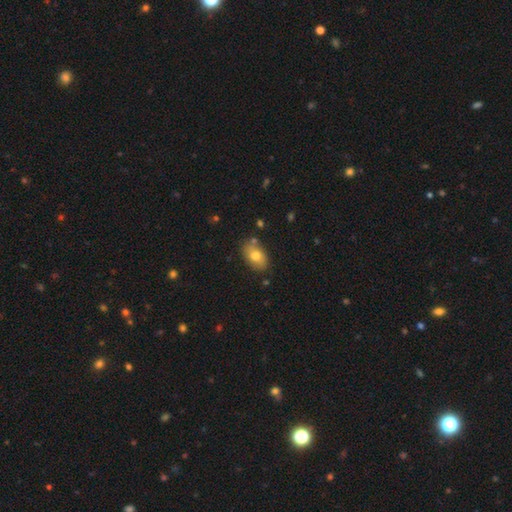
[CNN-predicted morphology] Smooth or featured?
  - smooth: 75% *
  - featured or disk: 17%
  - star or artifact: 8%
How rounded?
  - in between: 88% *
  - round: 11%
  - cigar-shaped: 1%
Merging?
  - none: 79% *
  - minor disturbance: 13%
  - merger: 5%
  - major disturbance: 3%